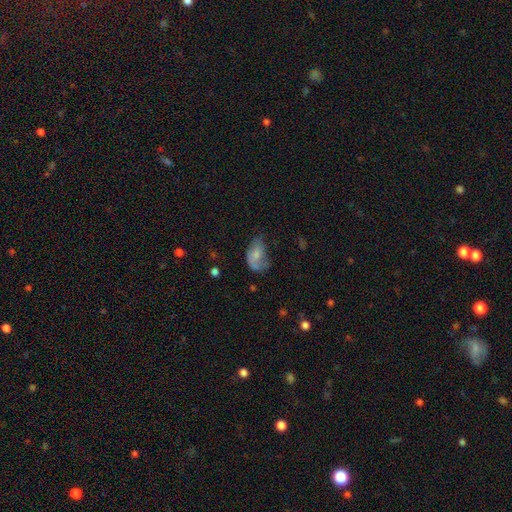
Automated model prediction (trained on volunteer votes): This is likely a smooth galaxy (62%). How rounded: clearly in between (89%). Merging: marginally major disturbance (32%, tied with minor disturbance).